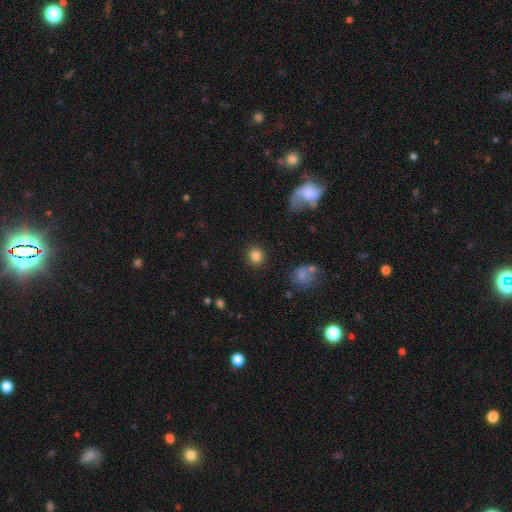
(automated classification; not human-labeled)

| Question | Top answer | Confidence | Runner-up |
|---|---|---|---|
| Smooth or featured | smooth | 84% | star or artifact (11%) |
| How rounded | round | 83% | in between (16%) |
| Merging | none | 89% | minor disturbance (6%) |